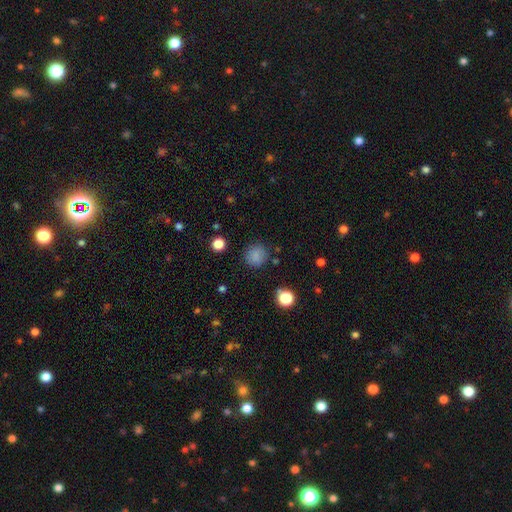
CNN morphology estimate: The model was most divided on "smooth or featured": smooth: 84%, star or artifact: 12%, featured or disk: 4%. More confident: how rounded — round (91%); merging — none (85%).